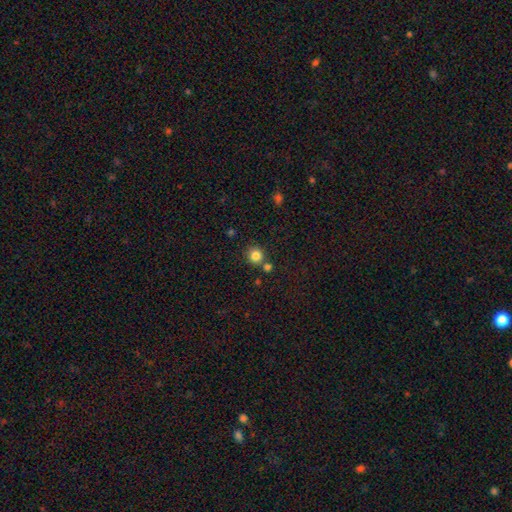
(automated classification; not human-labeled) This is clearly a smooth galaxy (83%). How rounded: clearly round (91%). Merging: likely none (75%).